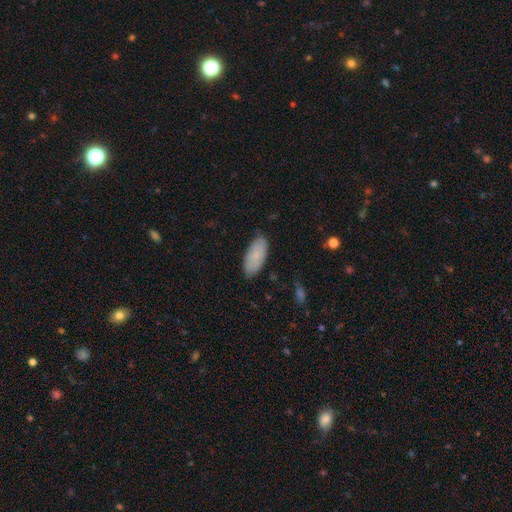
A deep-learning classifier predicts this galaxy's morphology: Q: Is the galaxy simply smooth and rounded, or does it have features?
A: smooth — 82%.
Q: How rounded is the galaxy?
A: in between — 89%.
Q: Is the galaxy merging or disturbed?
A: none — 80%.